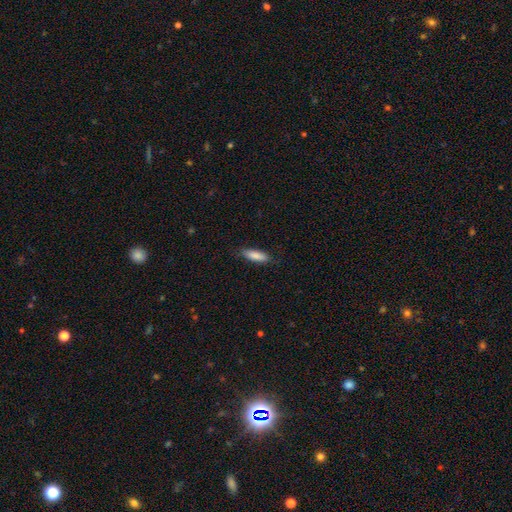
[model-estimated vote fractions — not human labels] smooth-or-featured: smooth: 86% | featured or disk: 9% | star or artifact: 6%
  how-rounded: cigar-shaped: 49% (tied) | in between: 49% (tied) | round: 2%
  merging: none: 84% | minor disturbance: 12% | major disturbance: 2% | merger: 1%